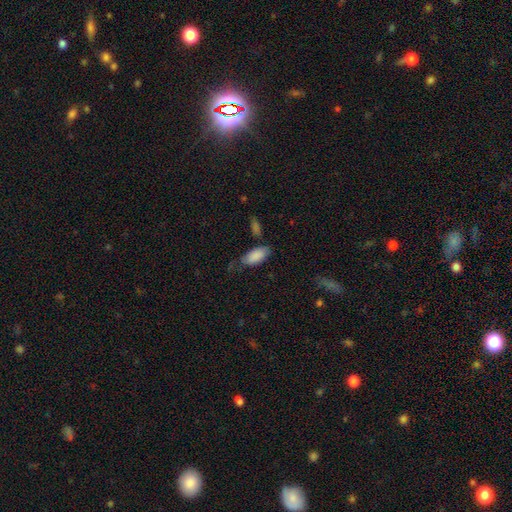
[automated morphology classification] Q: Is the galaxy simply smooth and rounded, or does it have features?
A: smooth — 87%.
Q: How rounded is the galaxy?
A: in between — 92%.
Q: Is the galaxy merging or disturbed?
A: none — 57%.